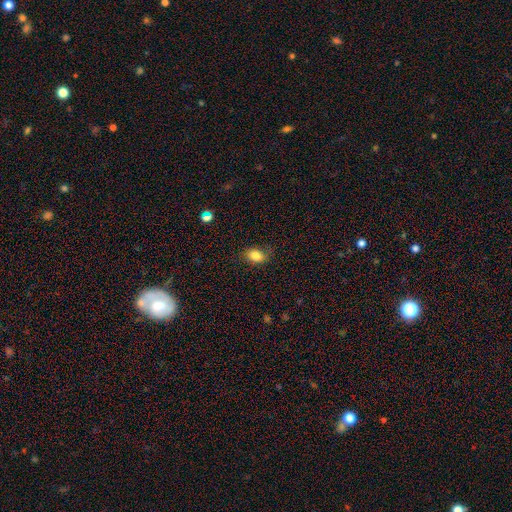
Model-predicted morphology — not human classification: Smooth or featured: smooth — 84% (star or artifact — 10%)
How rounded: in between — 77% (round — 21%)
Merging: none — 80% (minor disturbance — 15%)